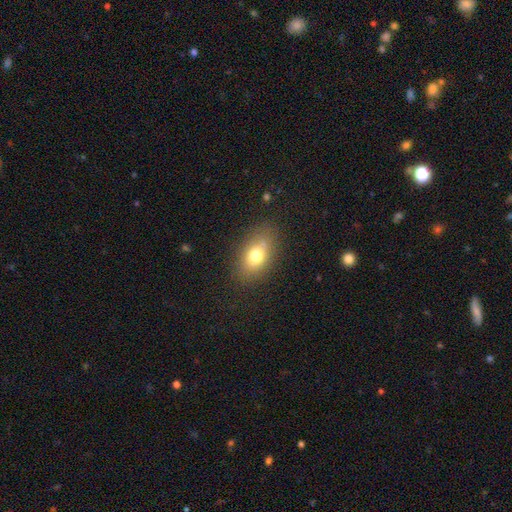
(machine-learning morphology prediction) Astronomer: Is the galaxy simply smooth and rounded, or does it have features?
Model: smooth — 74%.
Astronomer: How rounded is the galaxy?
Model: in between — 83%.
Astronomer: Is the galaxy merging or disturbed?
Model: none — 78%.